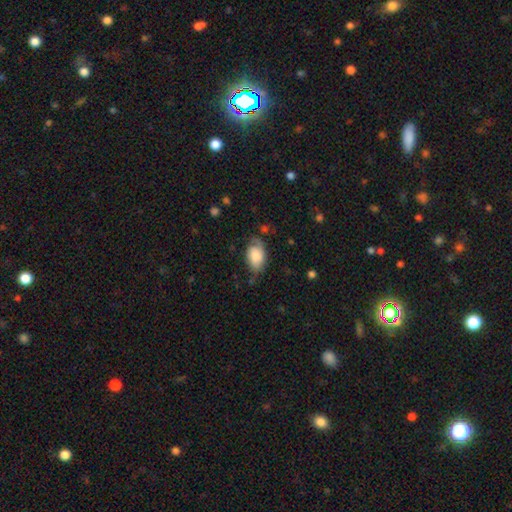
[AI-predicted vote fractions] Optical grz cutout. It shows a smooth galaxy with no disk features (66%) that is in between round and cigar-shaped (91%). Merging: none (56%).